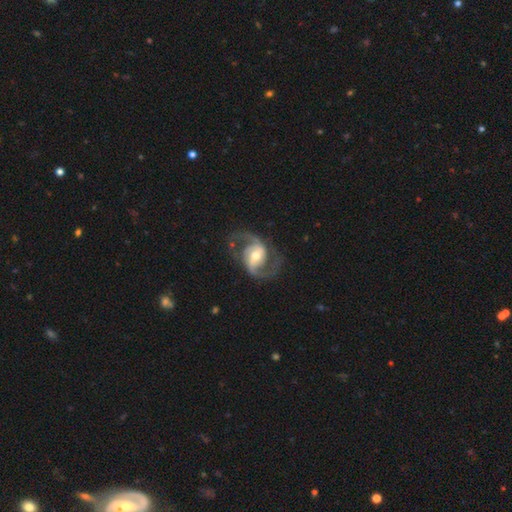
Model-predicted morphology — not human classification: Smooth or featured? Predicted: featured or disk (p=0.91). Edge-on disk? Predicted: no (p=0.98). Bar? Predicted: weak (p=0.42). Spiral arms? Predicted: yes (p=0.97). Spiral winding? Predicted: medium (p=0.55). Spiral arm count? Predicted: 2 (p=0.93). Bulge size? Predicted: moderate (p=0.65). Merging? Predicted: none (p=0.75).